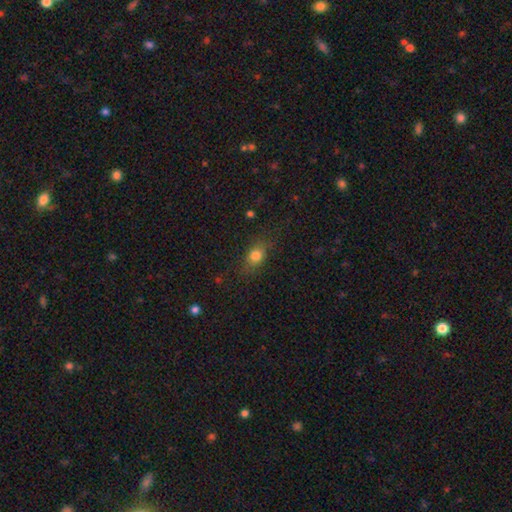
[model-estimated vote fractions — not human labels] Morphology: type=smooth (78%); roundness=in between (62%); merging=none (75%).